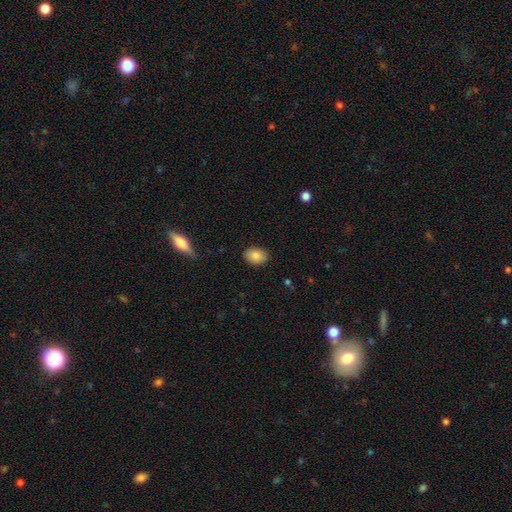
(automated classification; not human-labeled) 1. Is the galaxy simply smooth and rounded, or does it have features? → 87% smooth, 8% star or artifact, 6% featured or disk.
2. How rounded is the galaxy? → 78% in between, 21% round, 1% cigar-shaped.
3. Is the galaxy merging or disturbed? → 88% none, 9% minor disturbance, 2% major disturbance, 1% merger.